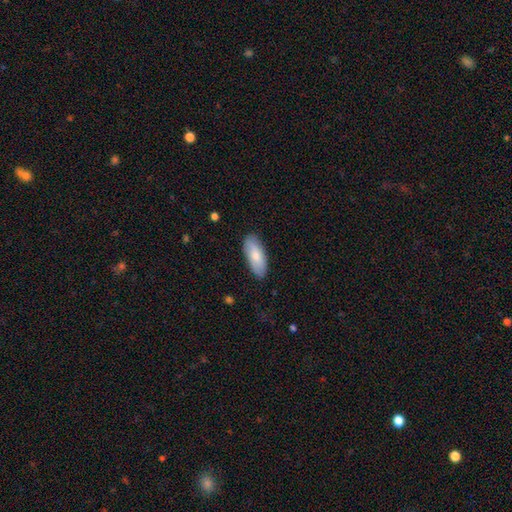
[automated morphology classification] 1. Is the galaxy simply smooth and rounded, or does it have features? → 79% smooth, 15% featured or disk, 5% star or artifact.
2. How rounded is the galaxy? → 82% in between, 16% cigar-shaped, 2% round.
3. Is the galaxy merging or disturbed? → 85% none, 11% minor disturbance, 2% major disturbance, 1% merger.